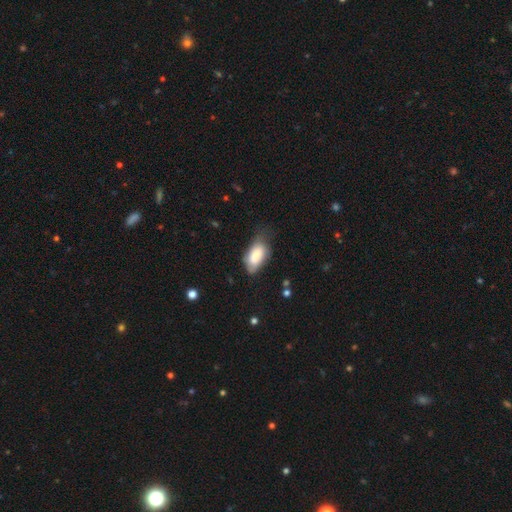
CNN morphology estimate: The model was most divided on "merging": none: 41%, minor disturbance: 40%, major disturbance: 17%, merger: 3%. More confident: how rounded — in between (93%); smooth or featured — smooth (80%).